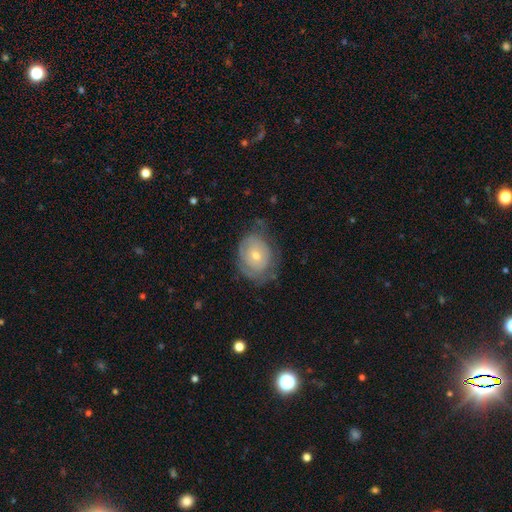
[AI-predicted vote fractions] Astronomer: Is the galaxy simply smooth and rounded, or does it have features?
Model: featured or disk — 56% (runner-up: smooth, 36%).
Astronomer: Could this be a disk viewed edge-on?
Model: no — 95%.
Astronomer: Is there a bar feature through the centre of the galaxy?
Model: no — 84%.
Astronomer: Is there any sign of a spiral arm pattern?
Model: yes — 58% (runner-up: no, 42%).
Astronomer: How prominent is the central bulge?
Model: small — 53% (runner-up: moderate, 43%).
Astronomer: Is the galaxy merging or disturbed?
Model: none — 61%.